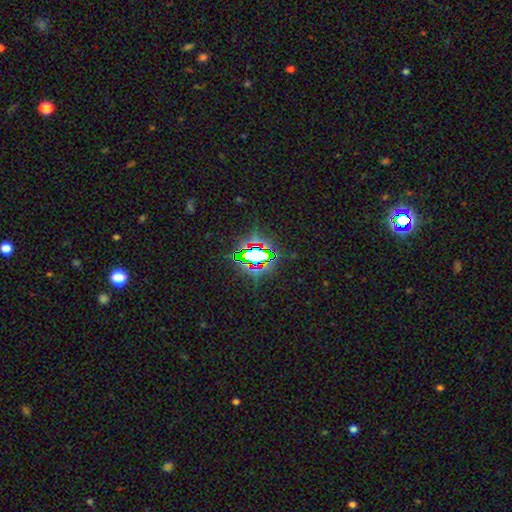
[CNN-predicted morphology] Smooth or featured: star or artifact — 72% (smooth — 16%)